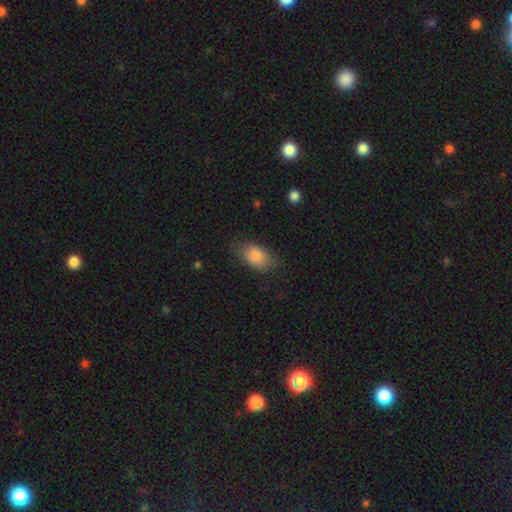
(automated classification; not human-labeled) Smooth or featured?
  - smooth: 84% *
  - featured or disk: 8%
  - star or artifact: 7%
How rounded?
  - in between: 88% *
  - round: 10%
  - cigar-shaped: 2%
Merging?
  - none: 70% *
  - minor disturbance: 22%
  - major disturbance: 7%
  - merger: 1%